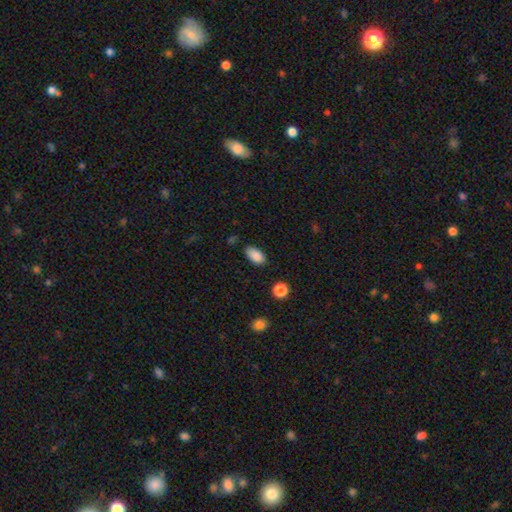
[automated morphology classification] A smooth galaxy with no disk features (88%) that is in between round and cigar-shaped (93%). Merging: none (83%).